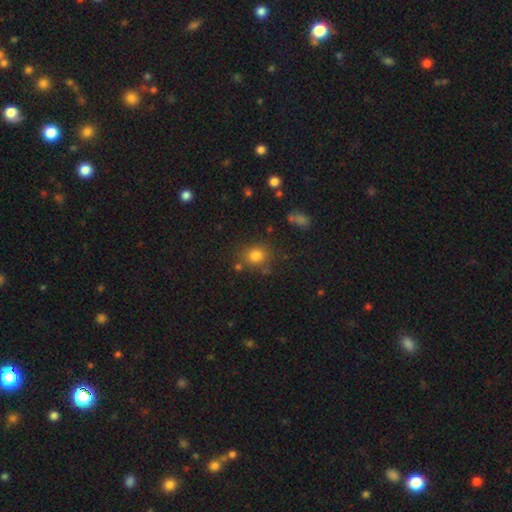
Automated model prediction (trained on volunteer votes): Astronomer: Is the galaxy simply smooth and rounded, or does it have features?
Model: smooth — 81%.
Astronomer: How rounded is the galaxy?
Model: round — 70%.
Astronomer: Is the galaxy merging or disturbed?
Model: none — 76%.